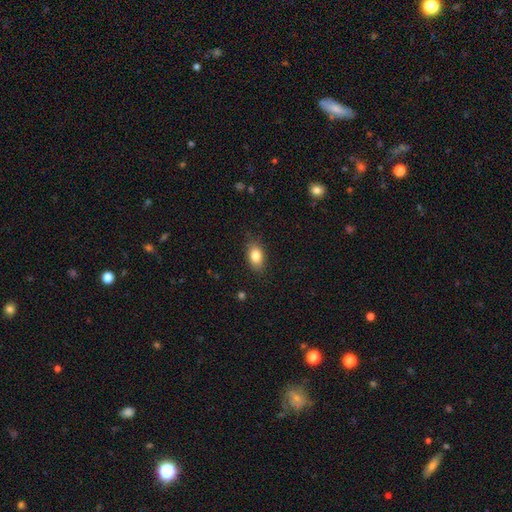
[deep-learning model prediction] Morphology: type=smooth (82%); roundness=in between (86%); merging=none (83%).